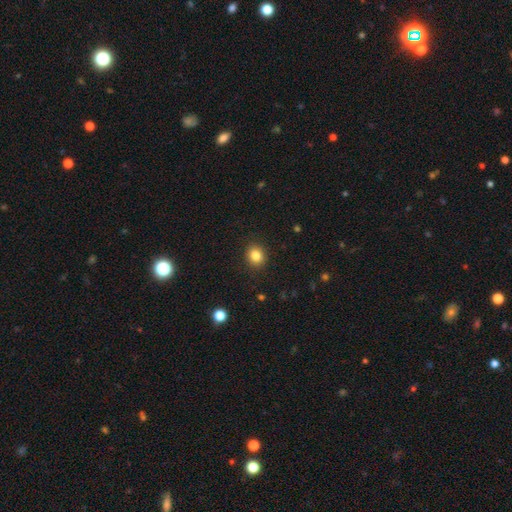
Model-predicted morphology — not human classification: A smooth galaxy with no disk features (83%) that is round (70%).

Vote fractions:
- Smooth or featured? smooth: 83% / star or artifact: 11% / featured or disk: 6%
- How rounded? round: 70% / in between: 29% / cigar-shaped: 1%
- Merging? none: 91% / minor disturbance: 6% / major disturbance: 2% / merger: 1%